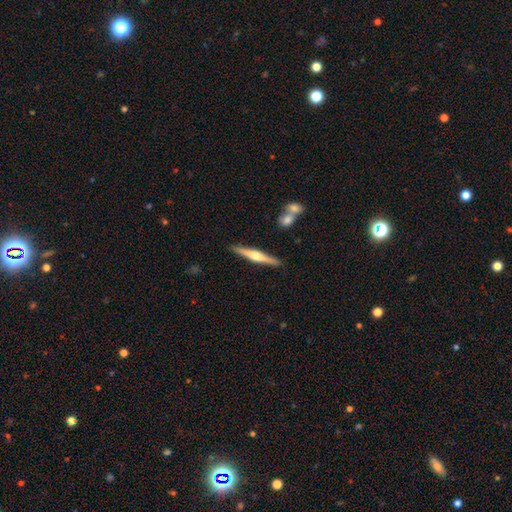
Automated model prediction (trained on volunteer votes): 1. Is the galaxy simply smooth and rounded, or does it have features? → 65% featured or disk, 29% smooth, 5% star or artifact.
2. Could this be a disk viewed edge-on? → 98% yes, 2% no.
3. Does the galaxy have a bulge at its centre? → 86% rounded, 8% boxy, 6% none.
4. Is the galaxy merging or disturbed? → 88% none, 7% minor disturbance, 3% merger, 2% major disturbance.